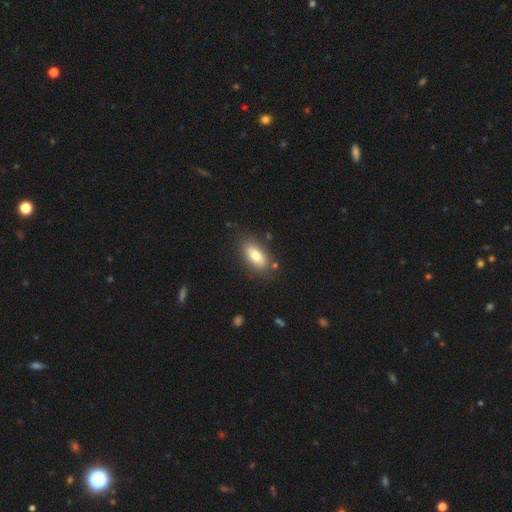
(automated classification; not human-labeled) The model was most divided on "smooth or featured": smooth: 76%, featured or disk: 17%, star or artifact: 7%. More confident: how rounded — in between (88%); merging — none (81%).